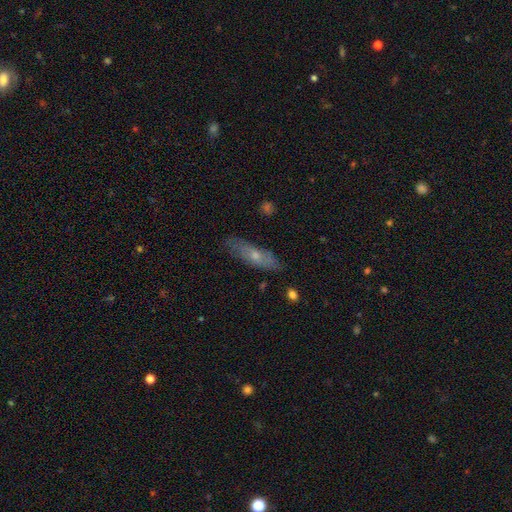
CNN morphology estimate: The model was most divided on "smooth or featured": featured or disk: 48%, smooth: 45%, star or artifact: 7%. More confident: merging — none (76%).